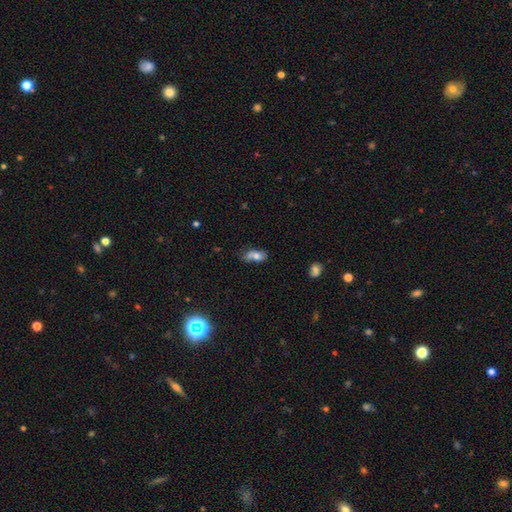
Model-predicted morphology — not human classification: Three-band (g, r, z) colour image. It shows a smooth galaxy with no disk features (71%) that is in between round and cigar-shaped (85%). Merging: none (40%).